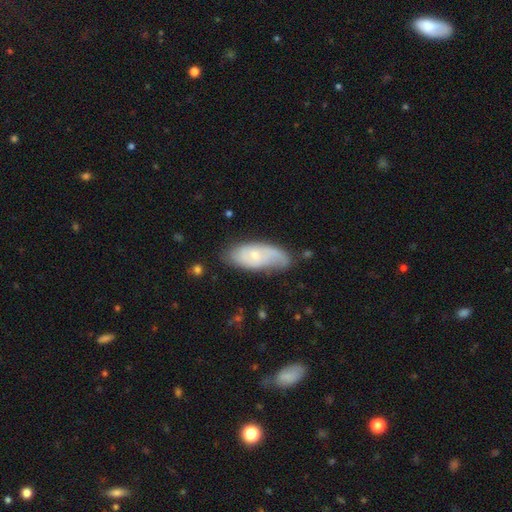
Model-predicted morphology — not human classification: A featured or disk galaxy (54%). Merging: none (61%).